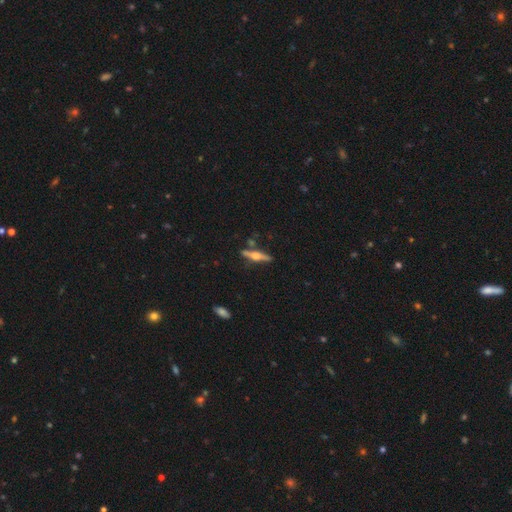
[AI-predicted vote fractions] Smooth or featured: featured or disk — 71% (smooth — 24%)
Edge-on disk: yes — 97% (no — 3%)
Edge-on bulge: rounded — 93% (boxy — 5%)
Merging: none — 81% (minor disturbance — 11%)